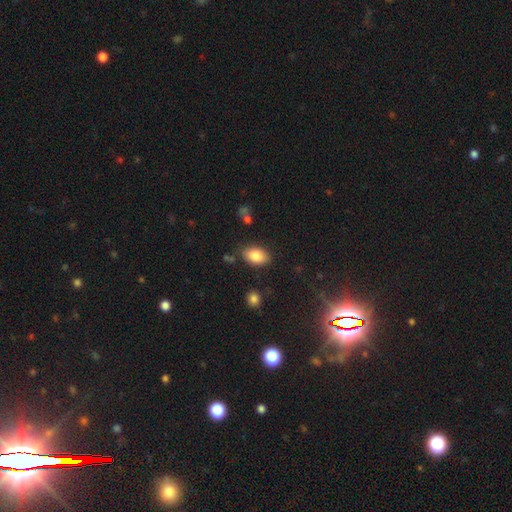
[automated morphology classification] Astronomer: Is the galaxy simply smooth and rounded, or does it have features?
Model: smooth — 84%.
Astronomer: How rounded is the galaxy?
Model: in between — 91%.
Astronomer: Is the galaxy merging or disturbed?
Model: none — 82%.